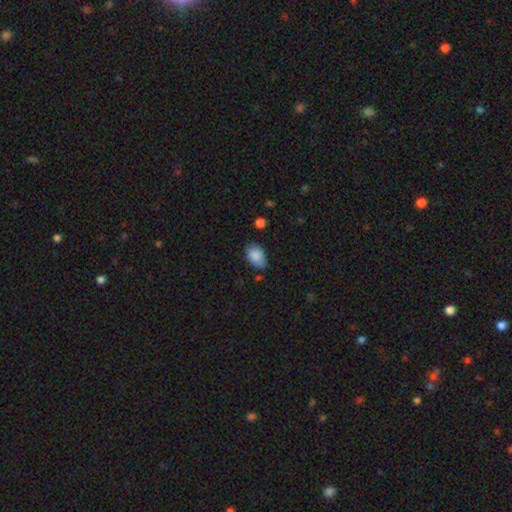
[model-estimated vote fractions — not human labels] Overall: smooth (87%). How rounded: in between (87%). Merging: none (67%).